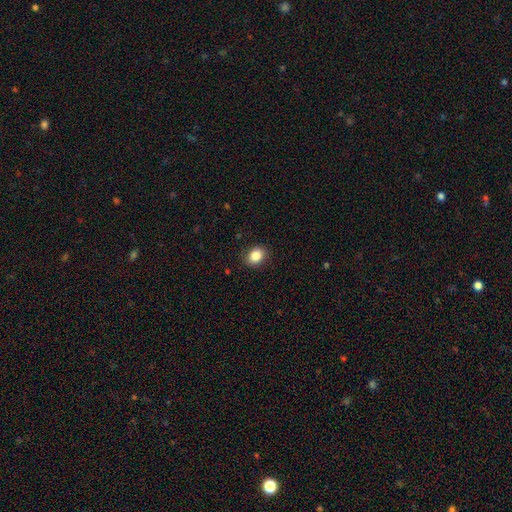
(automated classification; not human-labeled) Smooth or featured: smooth — 86% (star or artifact — 9%)
How rounded: in between — 54% (round — 46%)
Merging: none — 88% (minor disturbance — 8%)